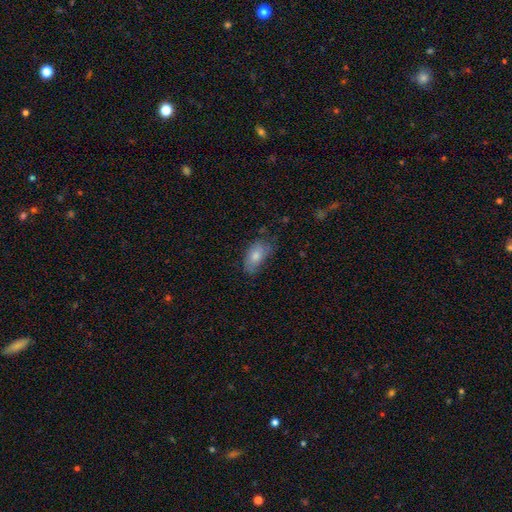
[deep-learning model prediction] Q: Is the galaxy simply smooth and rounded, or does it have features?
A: smooth — 67%.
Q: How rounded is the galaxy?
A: in between — 89%.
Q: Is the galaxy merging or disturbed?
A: none — 61%.